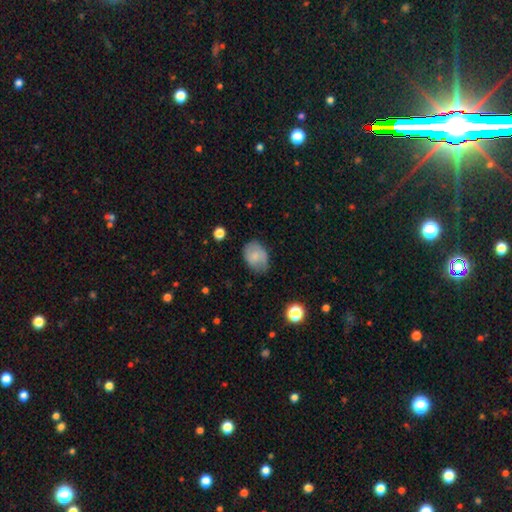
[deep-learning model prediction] smooth 67%, featured or disk 25%, star or artifact 8%. Down the decision tree: how rounded — in between (67%); merging — none (60%).